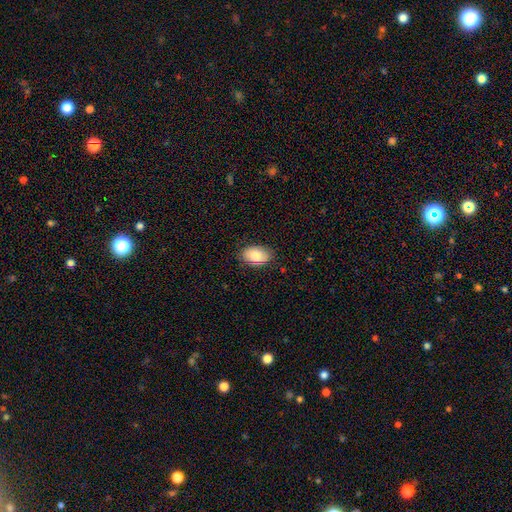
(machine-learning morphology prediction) Smooth or featured? Predicted: smooth (p=0.78). How rounded? Predicted: in between (p=0.88). Merging? Predicted: none (p=0.82).